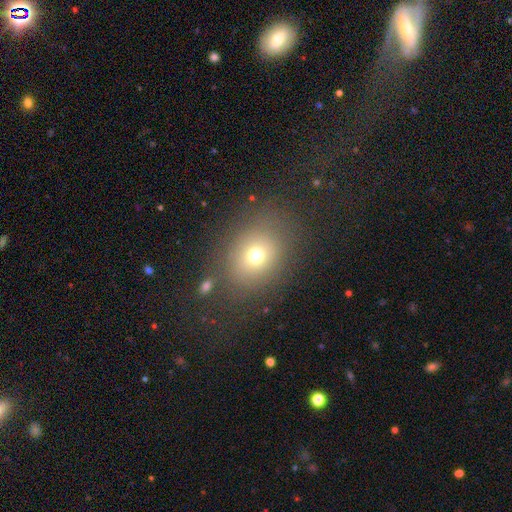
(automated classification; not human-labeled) This is likely a smooth galaxy (69%). How rounded: possibly round (53%). Merging: likely none (74%).